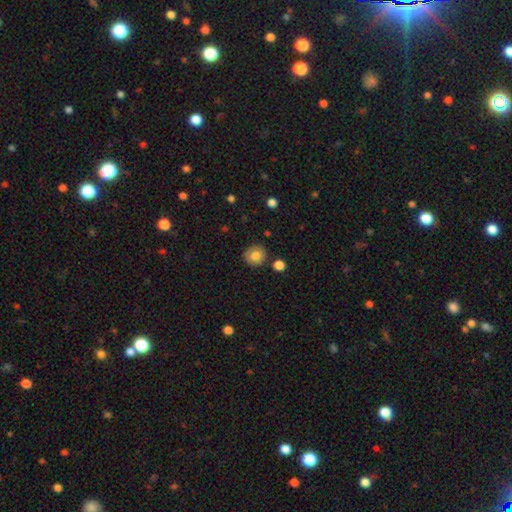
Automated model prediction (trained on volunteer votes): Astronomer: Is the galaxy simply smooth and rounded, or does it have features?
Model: smooth — 79%.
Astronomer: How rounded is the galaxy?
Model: round — 88%.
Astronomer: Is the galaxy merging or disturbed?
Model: none — 83%.